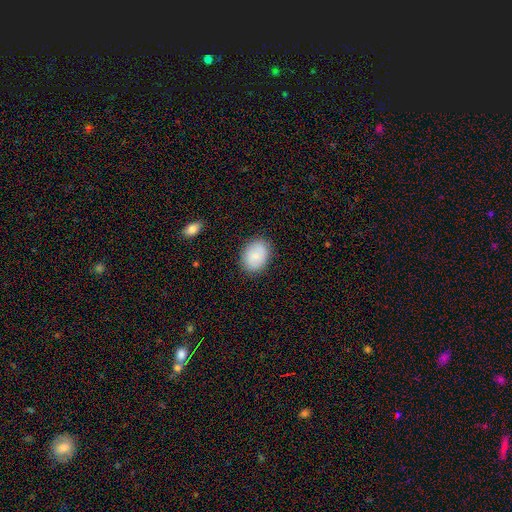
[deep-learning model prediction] Smooth or featured?
  - smooth: 75% *
  - featured or disk: 18%
  - star or artifact: 7%
How rounded?
  - in between: 67% *
  - round: 32%
  - cigar-shaped: 1%
Merging?
  - none: 86% *
  - minor disturbance: 10%
  - major disturbance: 3%
  - merger: 1%